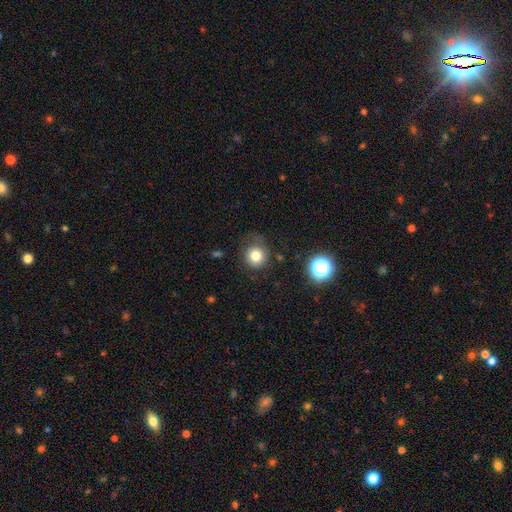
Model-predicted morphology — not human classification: smooth-or-featured: smooth: 79% | star or artifact: 13% | featured or disk: 8%
  how-rounded: round: 90% | in between: 9% | cigar-shaped: 1%
  merging: none: 72% | minor disturbance: 18% | major disturbance: 7% | merger: 2%